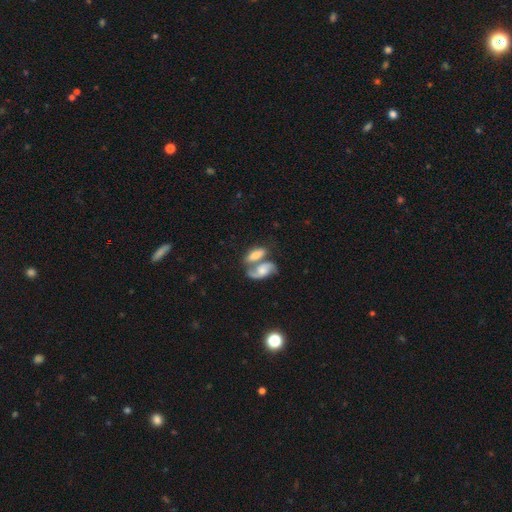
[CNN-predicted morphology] This appears to be a featured or disk galaxy (48%). Merging: merger (61%).